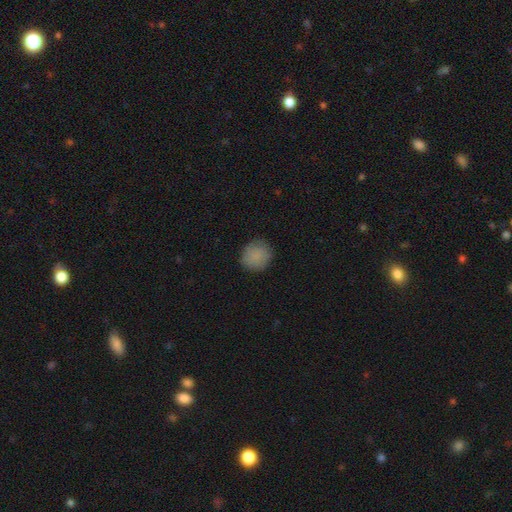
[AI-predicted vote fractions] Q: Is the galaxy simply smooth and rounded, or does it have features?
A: smooth — 87%.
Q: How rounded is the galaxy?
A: round — 87%.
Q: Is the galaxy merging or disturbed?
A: none — 83%.